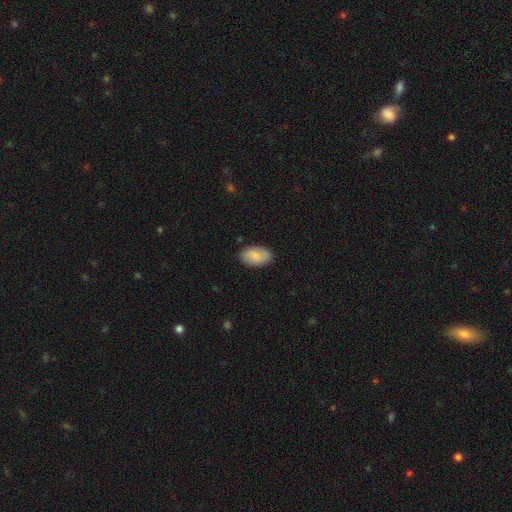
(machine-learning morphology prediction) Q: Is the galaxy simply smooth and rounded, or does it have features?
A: smooth — 83%.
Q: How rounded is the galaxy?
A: in between — 93%.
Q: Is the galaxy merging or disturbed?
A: none — 86%.